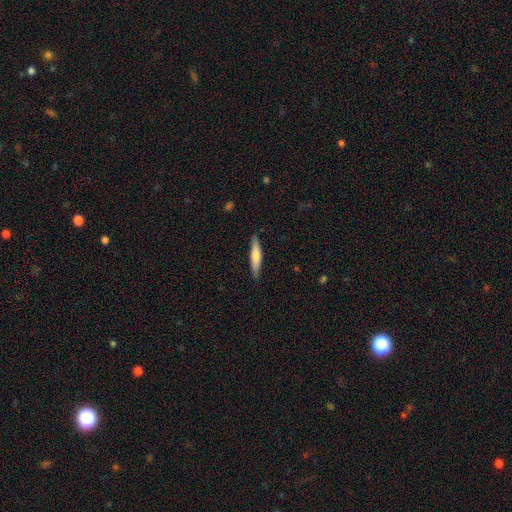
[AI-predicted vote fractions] Smooth or featured? smooth (68%)
How rounded? cigar-shaped (86%)
Merging? none (87%)